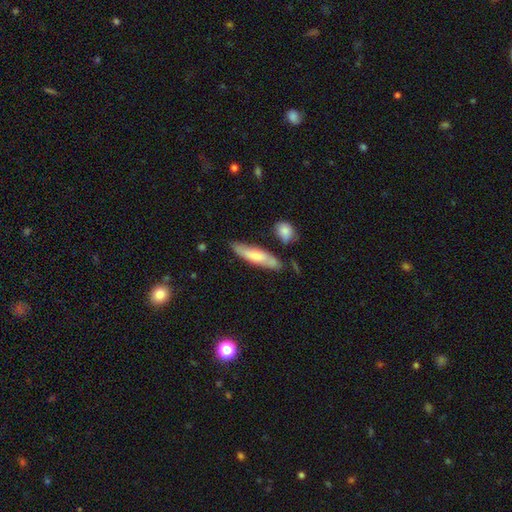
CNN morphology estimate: smooth 47%, featured or disk 45%, star or artifact 8%. Down the decision tree: merging — none (74%).